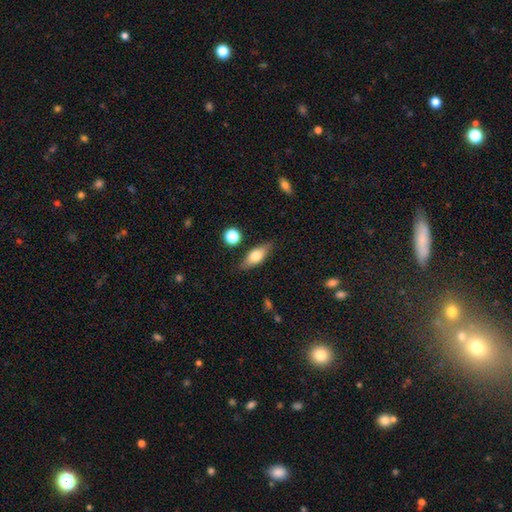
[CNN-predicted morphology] A smooth galaxy with no disk features (64%) that is in between round and cigar-shaped (72%).

Vote fractions:
- Smooth or featured? smooth: 64% / featured or disk: 28% / star or artifact: 7%
- How rounded? in between: 72% / cigar-shaped: 23% / round: 5%
- Merging? none: 81% / minor disturbance: 13% / major disturbance: 3% / merger: 3%